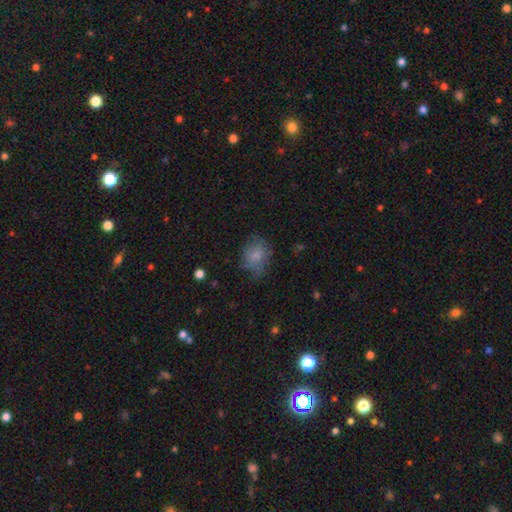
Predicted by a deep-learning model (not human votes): The model was most divided on "how rounded": in between: 50%, round: 49%, cigar-shaped: 1%. More confident: smooth or featured — smooth (70%); merging — none (51%).